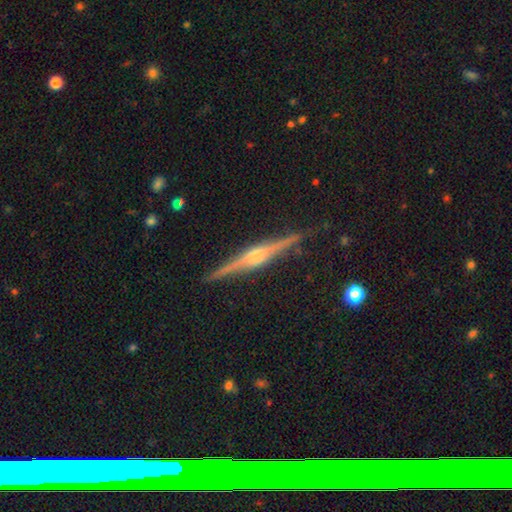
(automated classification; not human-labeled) Smooth or featured: featured or disk — 85% (smooth — 9%)
Edge-on disk: yes — 98% (no — 2%)
Edge-on bulge: rounded — 83% (boxy — 10%)
Merging: none — 90% (minor disturbance — 7%)